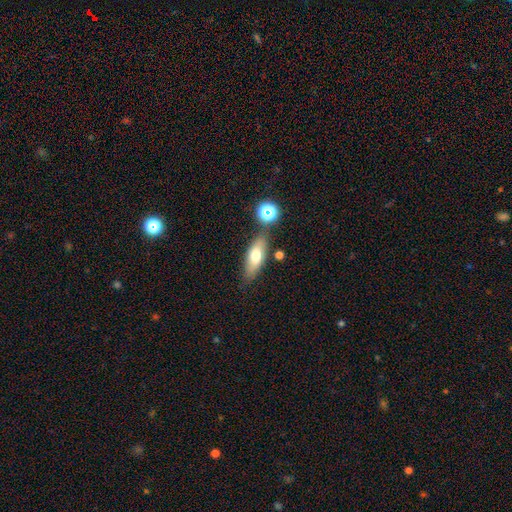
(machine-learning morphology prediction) smooth 66%, featured or disk 25%, star or artifact 9%. Down the decision tree: how rounded — in between (66%); merging — none (76%).